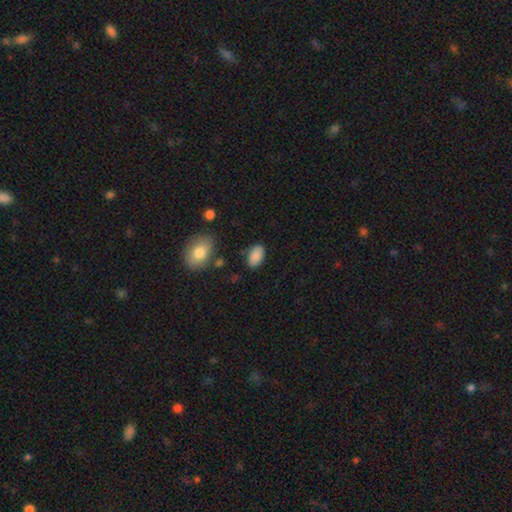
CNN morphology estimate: Smooth or featured?
  - smooth: 87% *
  - star or artifact: 7%
  - featured or disk: 5%
How rounded?
  - in between: 94% *
  - round: 5%
  - cigar-shaped: 2%
Merging?
  - none: 81% *
  - minor disturbance: 13%
  - major disturbance: 3%
  - merger: 3%